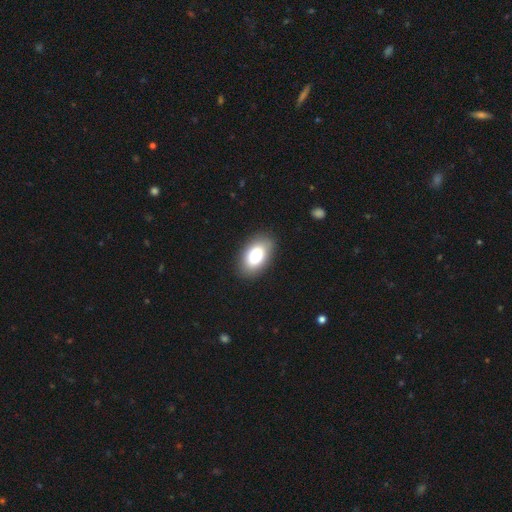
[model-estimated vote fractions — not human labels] Smooth or featured? smooth (80%)
How rounded? in between (92%)
Merging? none (88%)